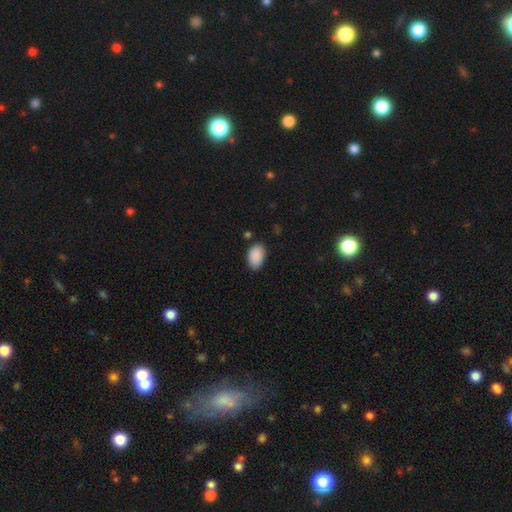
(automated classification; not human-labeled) smooth-or-featured: smooth: 90% | star or artifact: 7% | featured or disk: 3%
  how-rounded: in between: 91% | round: 8% | cigar-shaped: 1%
  merging: none: 81% | minor disturbance: 14% | major disturbance: 3% | merger: 2%